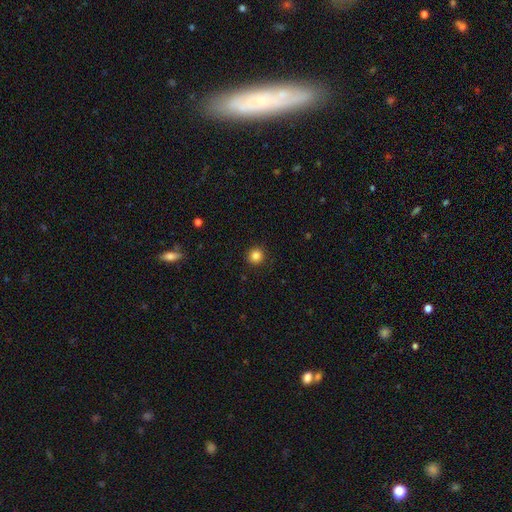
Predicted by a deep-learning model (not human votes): smooth 85%, star or artifact 12%, featured or disk 4%. Down the decision tree: how rounded — round (94%); merging — none (92%).